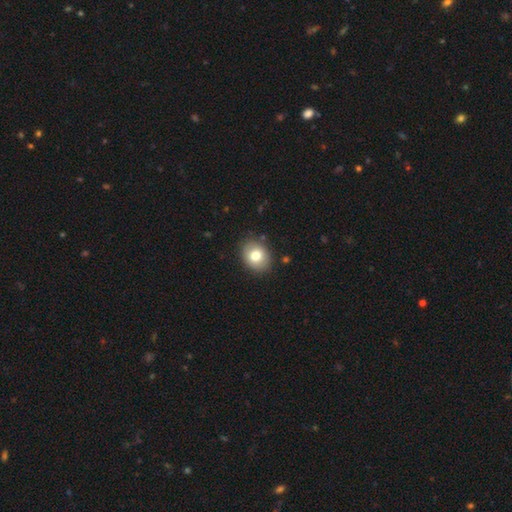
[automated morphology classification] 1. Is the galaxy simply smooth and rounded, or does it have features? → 78% smooth, 13% featured or disk, 9% star or artifact.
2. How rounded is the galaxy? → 56% round, 43% in between, 1% cigar-shaped.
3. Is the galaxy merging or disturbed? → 86% none, 10% minor disturbance, 2% major disturbance, 1% merger.